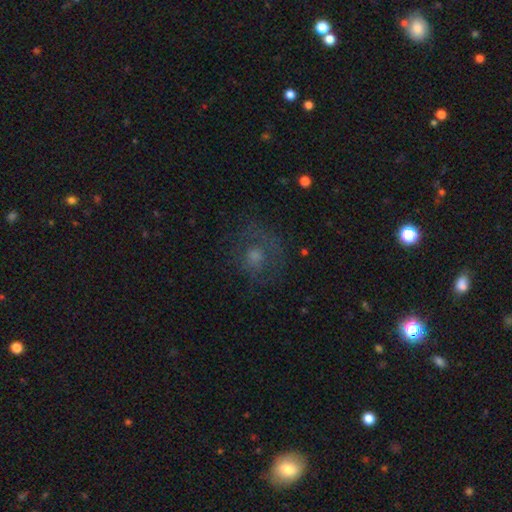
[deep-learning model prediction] Smooth or featured: smooth — 45% (featured or disk — 36%)
Merging: none — 64% (major disturbance — 17%)